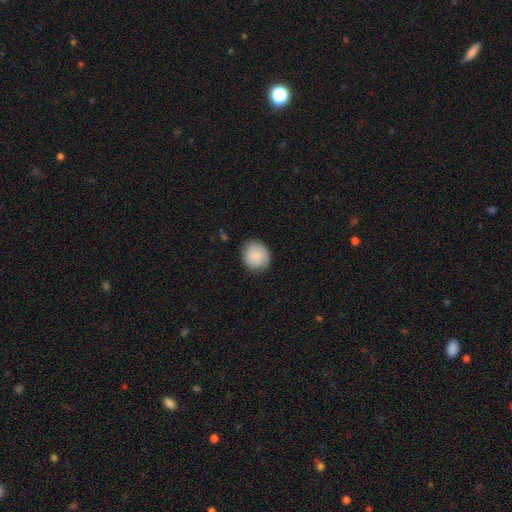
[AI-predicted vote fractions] The model was most divided on "how rounded": round: 83%, in between: 16%, cigar-shaped: 1%. More confident: smooth or featured — smooth (83%); merging — none (83%).